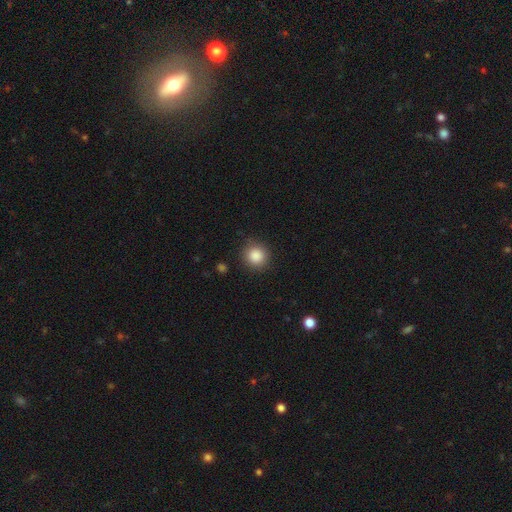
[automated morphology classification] This appears to be a smooth galaxy with no disk features (87%) that is round (91%). Merging: none (86%).